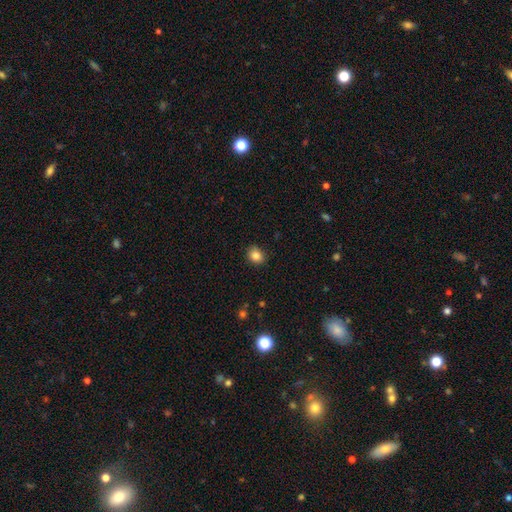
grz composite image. It shows a smooth galaxy with no disk features (88%) that is round (54%). Merging: none (74%).